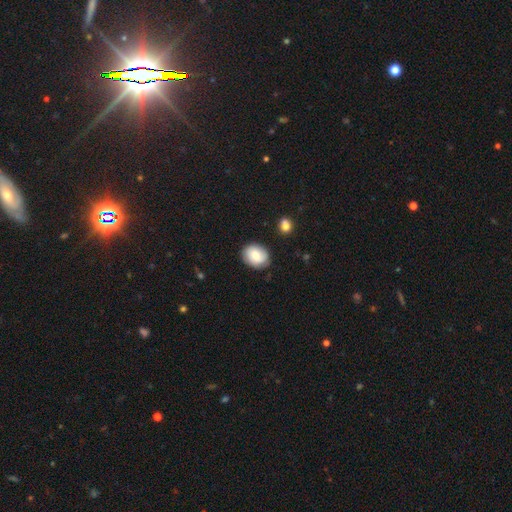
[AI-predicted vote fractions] Q: Smooth or featured?
A: smooth (74%); runner-up: featured or disk (18%)
Q: How rounded?
A: in between (53%); runner-up: round (46%)
Q: Merging?
A: none (80%); runner-up: minor disturbance (15%)